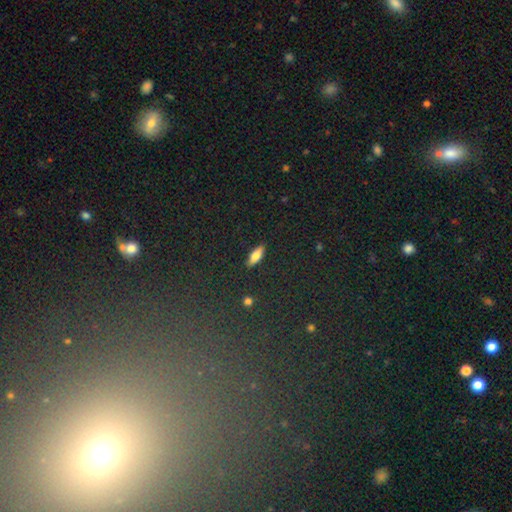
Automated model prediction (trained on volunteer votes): smooth 72%, featured or disk 20%, star or artifact 7%. Down the decision tree: how rounded — in between (59%); merging — none (90%).